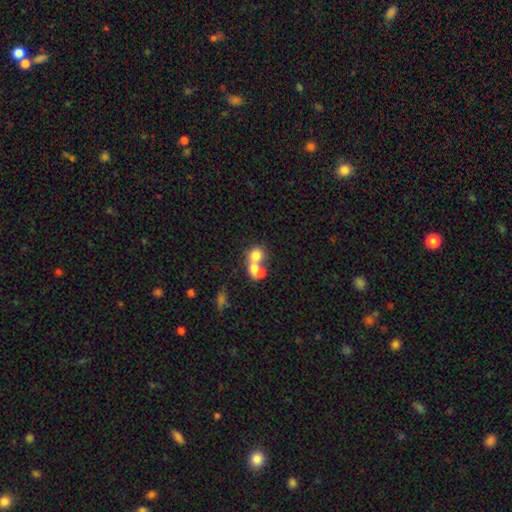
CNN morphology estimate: Smooth or featured: smooth — 67% (featured or disk — 22%)
How rounded: round — 72% (in between — 26%)
Merging: merger — 66% (none — 24%)